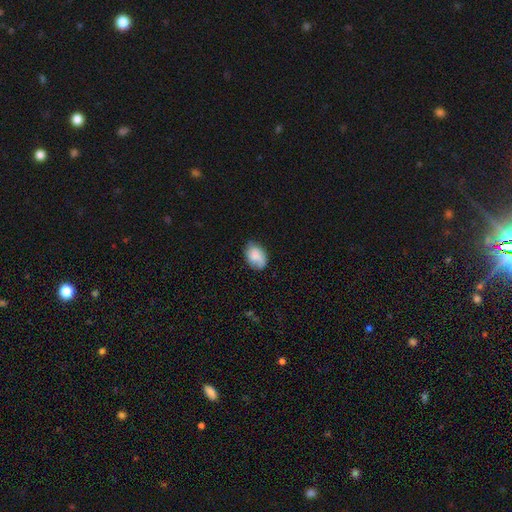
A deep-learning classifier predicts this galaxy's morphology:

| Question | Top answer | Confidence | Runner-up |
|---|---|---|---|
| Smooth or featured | smooth | 79% | featured or disk (13%) |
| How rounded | in between | 84% | round (15%) |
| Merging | none | 66% | minor disturbance (27%) |